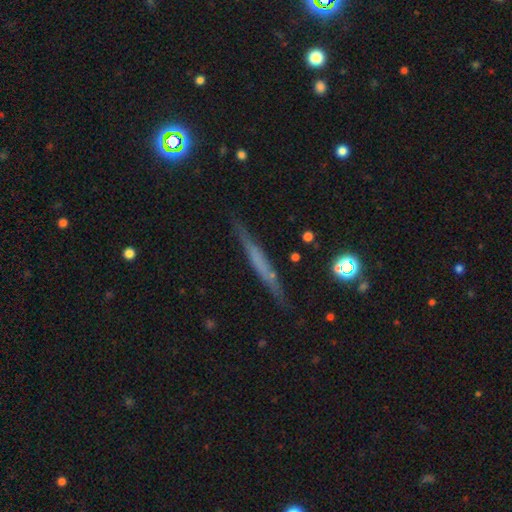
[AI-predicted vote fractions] smooth_or_featured: featured or disk (p=0.48) [alt: smooth p=0.43]
merging: none (p=0.84) [alt: minor disturbance p=0.12]